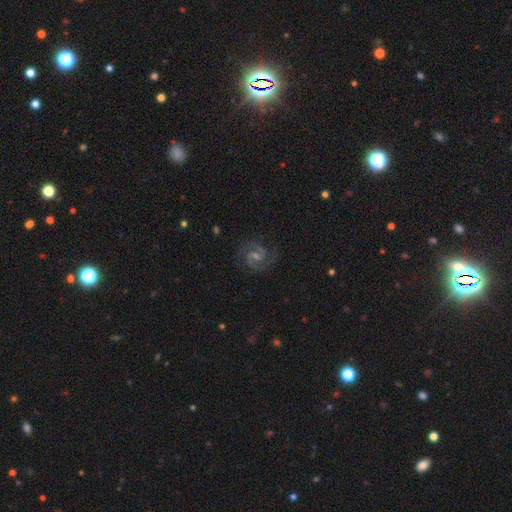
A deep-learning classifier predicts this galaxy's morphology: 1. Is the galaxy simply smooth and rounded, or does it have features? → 89% featured or disk, 7% star or artifact, 4% smooth.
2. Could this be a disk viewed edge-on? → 98% no, 2% yes.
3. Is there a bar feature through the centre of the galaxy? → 53% weak, 32% no, 15% strong.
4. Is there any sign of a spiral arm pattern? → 98% yes, 2% no.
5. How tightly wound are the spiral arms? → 54% medium, 38% tight, 8% loose.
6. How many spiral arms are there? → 90% 2, 4% 3, 2% can't tell, 1% 4, 1% 1, 1% more than 4.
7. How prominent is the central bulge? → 52% small, 35% moderate, 9% none, 2% large, 1% dominant.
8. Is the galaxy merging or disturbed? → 84% none, 11% minor disturbance, 4% major disturbance, 1% merger.